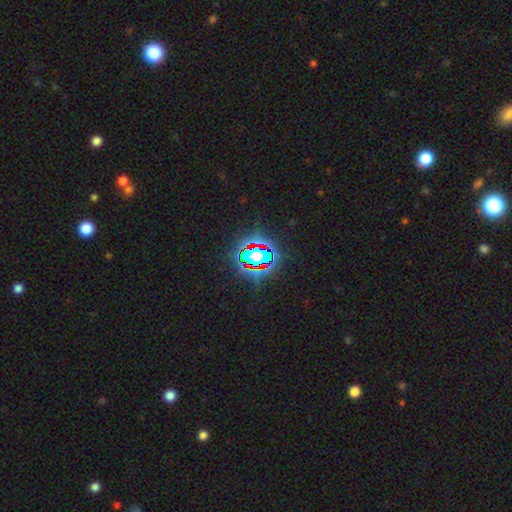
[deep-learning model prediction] This is likely a star or artifact rather than a galaxy (68%).